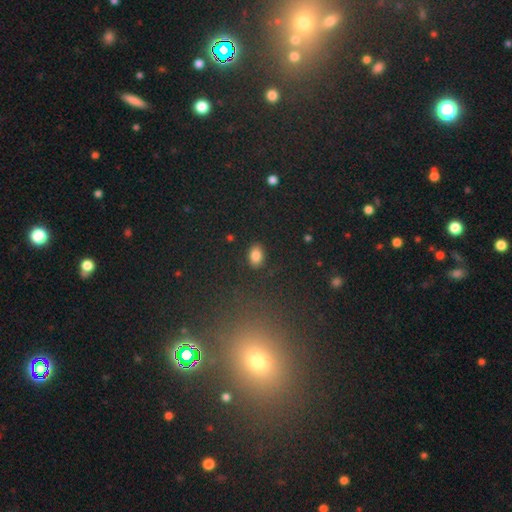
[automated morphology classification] A smooth galaxy with no disk features (83%) that is in between round and cigar-shaped (81%).

Vote fractions:
- Smooth or featured? smooth: 83% / star or artifact: 11% / featured or disk: 6%
- How rounded? in between: 81% / round: 18% / cigar-shaped: 1%
- Merging? none: 86% / minor disturbance: 10% / major disturbance: 3% / merger: 1%